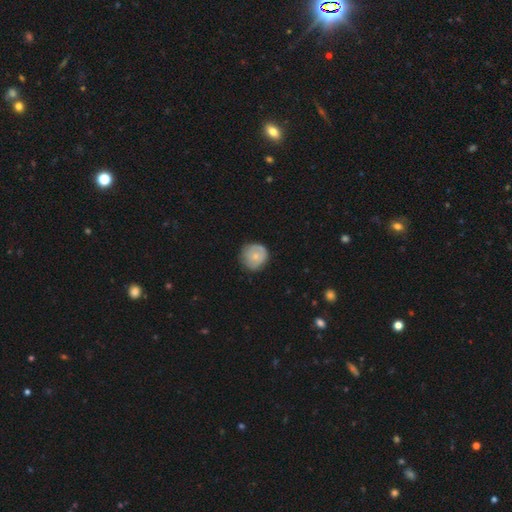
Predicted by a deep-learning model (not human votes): Smooth or featured: smooth — 64% (featured or disk — 29%)
How rounded: round — 91% (in between — 8%)
Merging: none — 75% (minor disturbance — 20%)